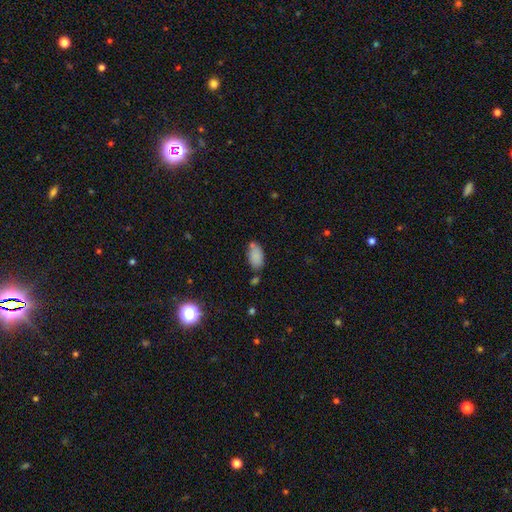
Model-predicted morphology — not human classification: Smooth or featured? Predicted: smooth (p=0.86). How rounded? Predicted: in between (p=0.93). Merging? Predicted: none (p=0.65).